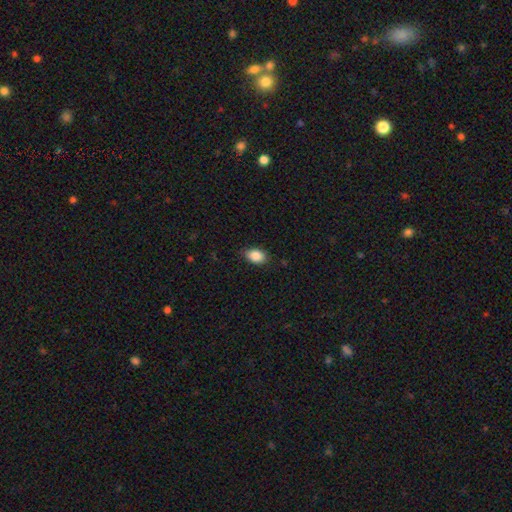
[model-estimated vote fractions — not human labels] This is clearly a smooth galaxy (87%). How rounded: clearly in between (84%). Merging: clearly none (84%).